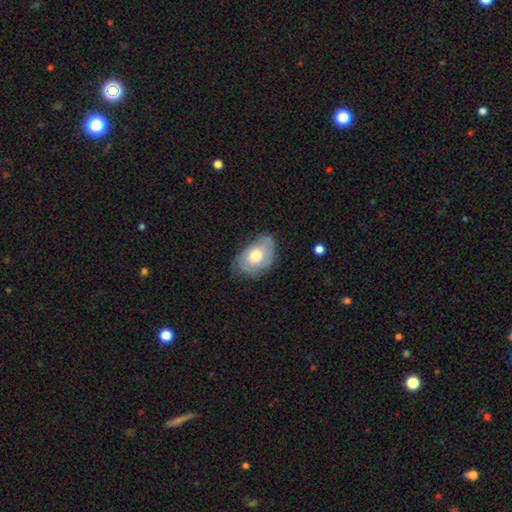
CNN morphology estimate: Overall: featured or disk (49%; smooth 44%). Merging: none (57%; minor disturbance 32%).